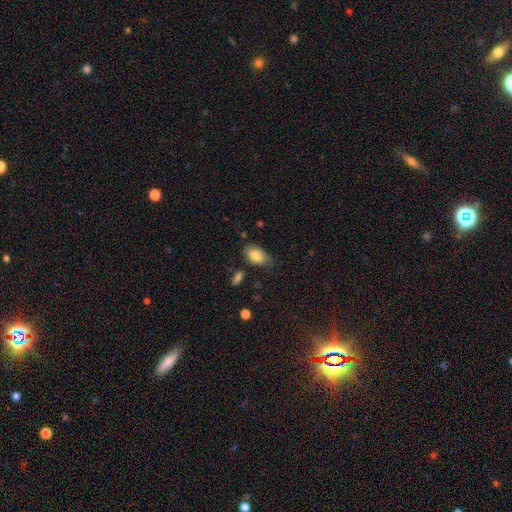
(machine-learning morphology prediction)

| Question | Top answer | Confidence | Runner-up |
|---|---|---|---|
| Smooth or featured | smooth | 81% | featured or disk (11%) |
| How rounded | in between | 92% | round (6%) |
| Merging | none | 60% | minor disturbance (29%) |